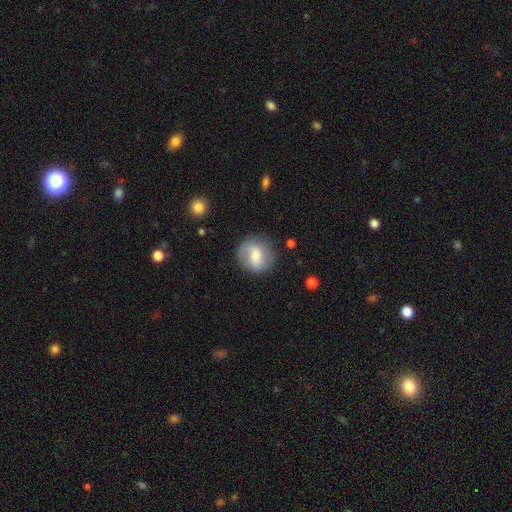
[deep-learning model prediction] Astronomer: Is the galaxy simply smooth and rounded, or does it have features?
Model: smooth — 52% (runner-up: featured or disk, 41%).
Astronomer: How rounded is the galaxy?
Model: round — 86%.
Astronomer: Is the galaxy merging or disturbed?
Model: none — 79%.